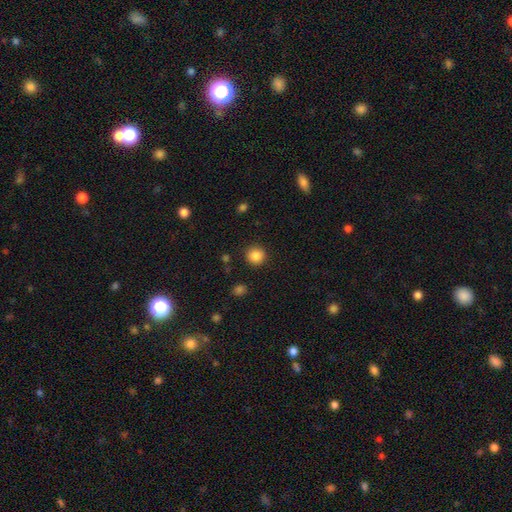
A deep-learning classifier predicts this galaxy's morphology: Smooth or featured? Predicted: smooth (p=0.86). How rounded? Predicted: round (p=0.93). Merging? Predicted: none (p=0.90).